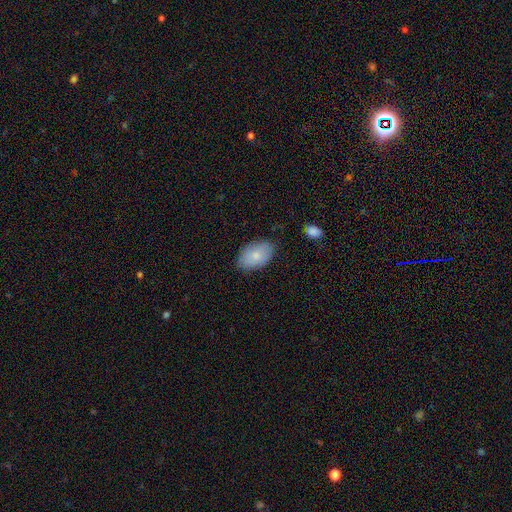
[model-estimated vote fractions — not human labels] Morphology: type=smooth (80%); roundness=in between (92%); merging=none (81%).